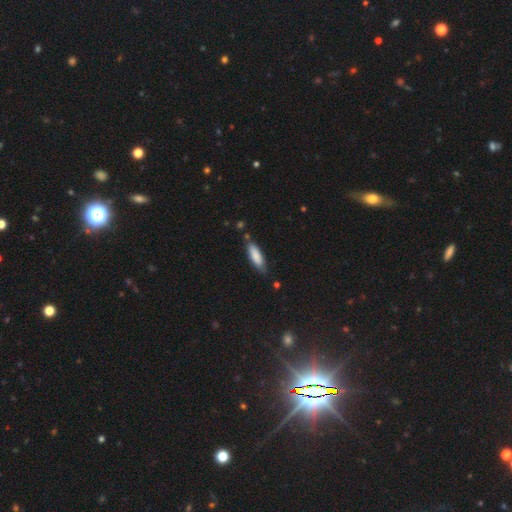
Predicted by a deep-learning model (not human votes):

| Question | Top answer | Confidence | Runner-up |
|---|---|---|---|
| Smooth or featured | smooth | 84% | featured or disk (10%) |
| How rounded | in between | 49% | tied: cigar-shaped (49%) |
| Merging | none | 72% | minor disturbance (21%) |